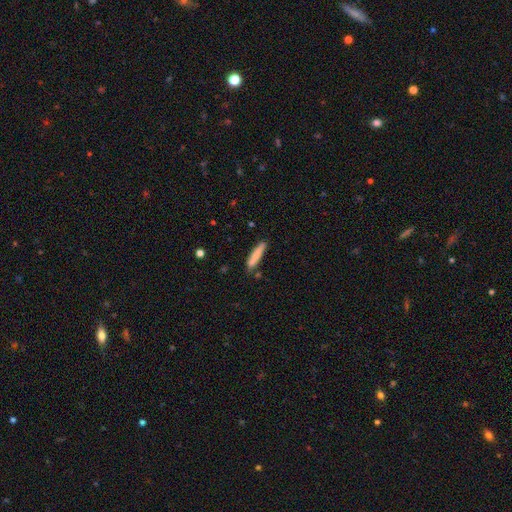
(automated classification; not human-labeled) smooth_or_featured: smooth (p=0.78) [alt: featured or disk p=0.16]
how_rounded: cigar-shaped (p=0.88) [alt: in between p=0.10]
merging: none (p=0.79) [alt: minor disturbance p=0.14]